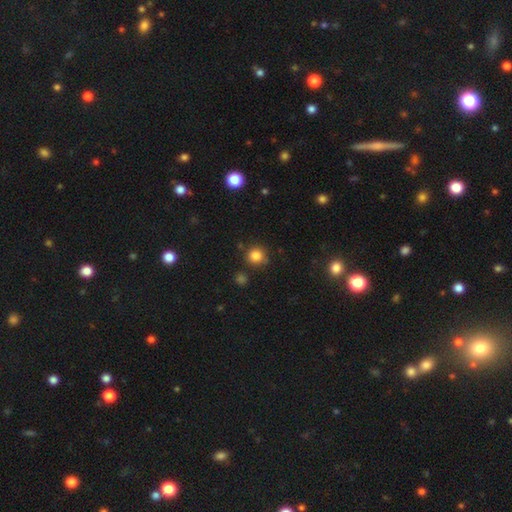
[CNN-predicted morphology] This is clearly a smooth galaxy (84%). How rounded: clearly round (90%). Merging: likely none (79%).